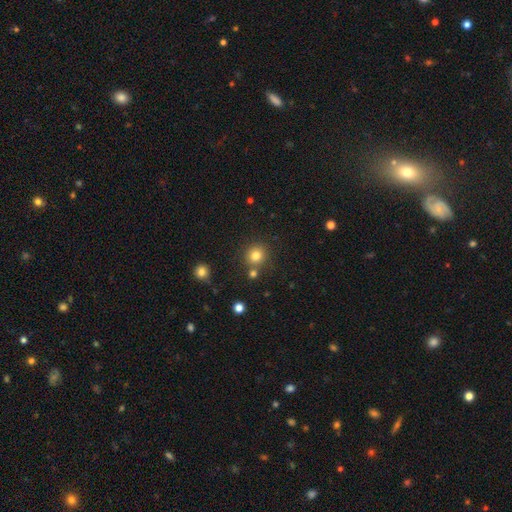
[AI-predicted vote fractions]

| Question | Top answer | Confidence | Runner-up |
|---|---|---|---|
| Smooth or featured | smooth | 81% | star or artifact (14%) |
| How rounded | round | 90% | in between (9%) |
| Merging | none | 78% | merger (11%) |